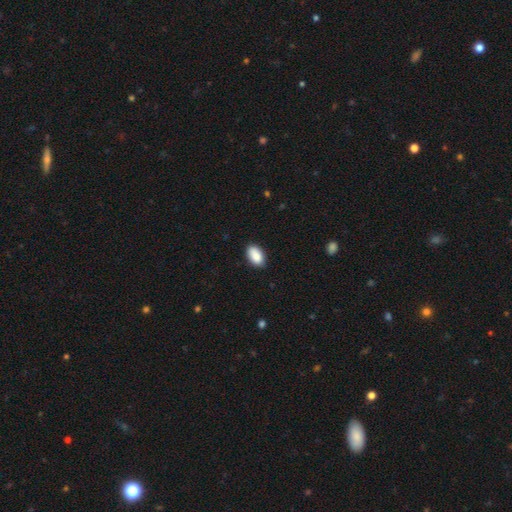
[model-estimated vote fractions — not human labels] Overall: smooth (89%). How rounded: in between (94%). Merging: none (86%).